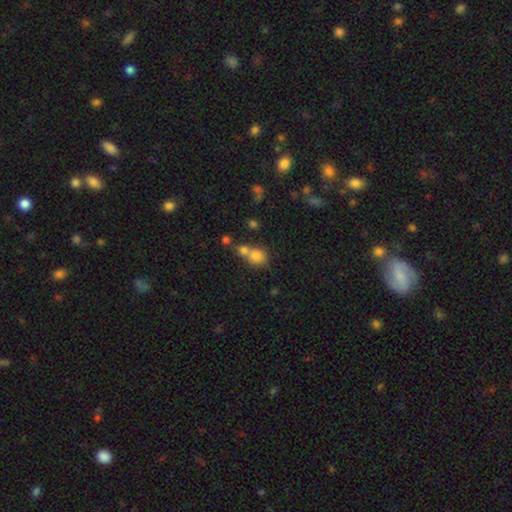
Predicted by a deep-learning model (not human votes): smooth_or_featured: smooth (p=0.78) [alt: star or artifact p=0.12]
how_rounded: round (p=0.76) [alt: in between p=0.23]
merging: merger (p=0.47) [alt: none p=0.40]